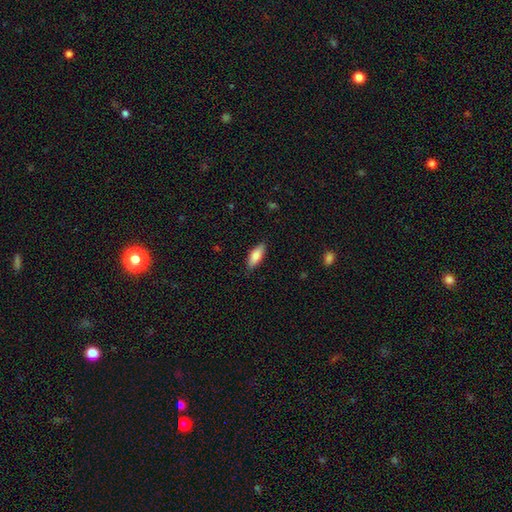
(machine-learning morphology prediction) smooth-or-featured: smooth: 82% | featured or disk: 12% | star or artifact: 6%
  how-rounded: in between: 71% | cigar-shaped: 27% | round: 2%
  merging: none: 85% | minor disturbance: 12% | major disturbance: 2% | merger: 1%